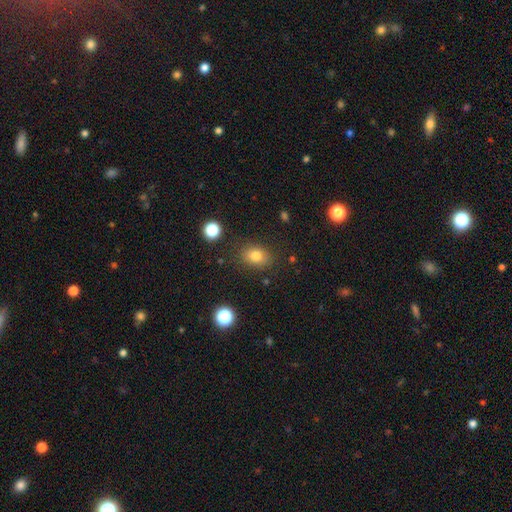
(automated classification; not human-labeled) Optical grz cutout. It shows a smooth galaxy with no disk features (80%) that is in between round and cigar-shaped (65%). Merging: none (83%).